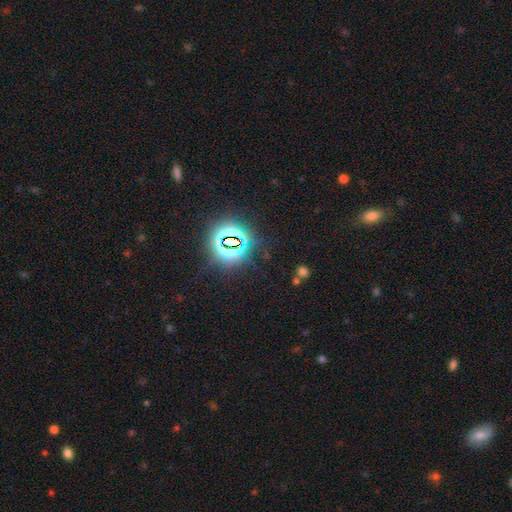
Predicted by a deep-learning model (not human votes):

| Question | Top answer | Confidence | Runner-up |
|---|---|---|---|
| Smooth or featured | star or artifact | 81% | smooth (12%) |